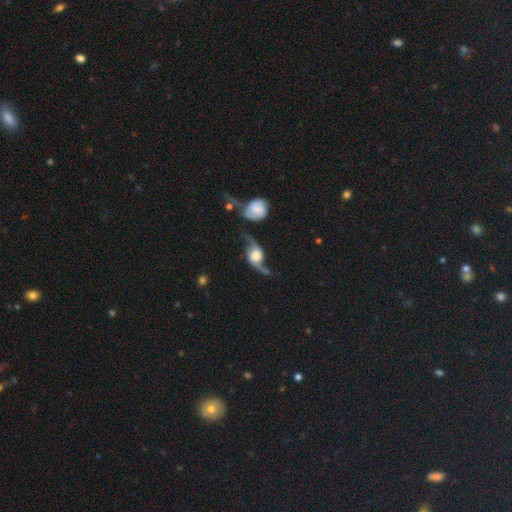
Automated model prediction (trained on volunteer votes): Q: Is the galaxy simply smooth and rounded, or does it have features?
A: featured or disk — 83%.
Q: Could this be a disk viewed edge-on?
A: no — 89%.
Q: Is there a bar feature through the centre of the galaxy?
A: no — 63%.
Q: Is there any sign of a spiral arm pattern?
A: yes — 95%.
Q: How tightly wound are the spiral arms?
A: loose — 89%.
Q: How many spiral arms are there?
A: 2 — 93%.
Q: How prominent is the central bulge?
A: large — 43%.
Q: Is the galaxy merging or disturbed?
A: none — 54%.